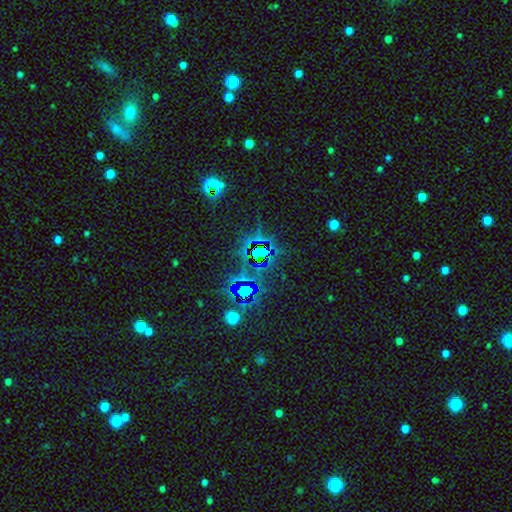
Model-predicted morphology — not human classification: Smooth or featured: star or artifact — 83% (featured or disk — 9%)